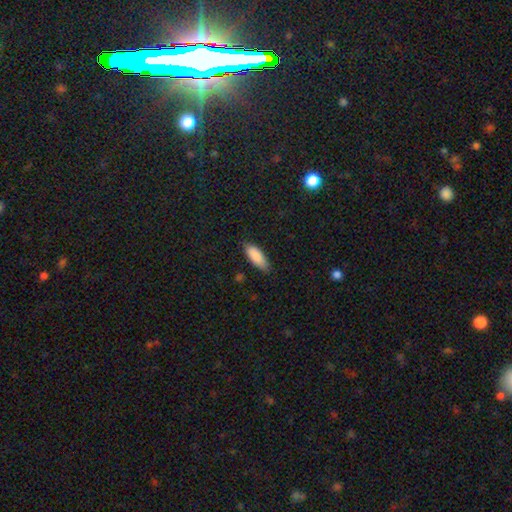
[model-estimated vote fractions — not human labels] Morphology: type=smooth (88%); roundness=in between (72%); merging=none (81%).